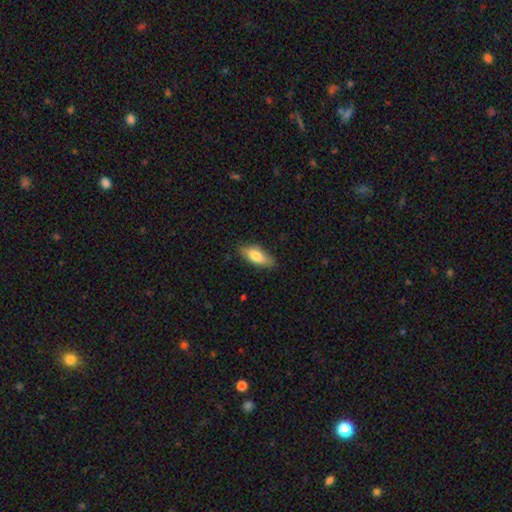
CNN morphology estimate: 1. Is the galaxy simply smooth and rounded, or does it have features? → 77% smooth, 17% featured or disk, 6% star or artifact.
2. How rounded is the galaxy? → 78% in between, 20% cigar-shaped, 2% round.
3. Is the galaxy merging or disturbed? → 82% none, 14% minor disturbance, 3% major disturbance, 1% merger.